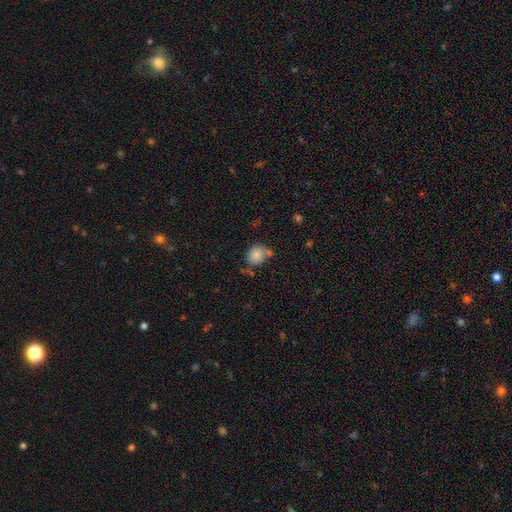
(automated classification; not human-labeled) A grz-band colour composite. It shows a smooth galaxy with no disk features (84%) that is round (75%). Merging: none (61%).